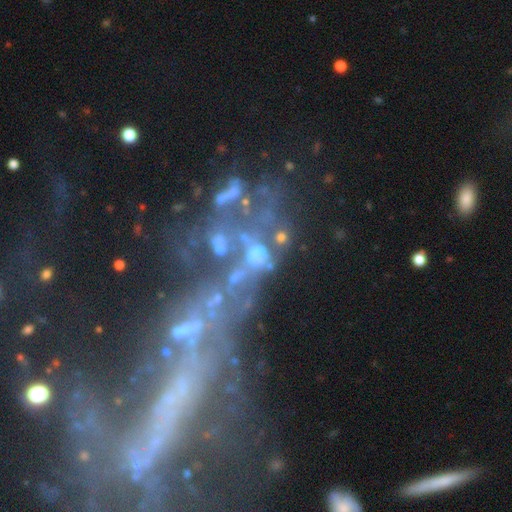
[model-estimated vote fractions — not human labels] Smooth or featured? featured or disk (54%)
Edge-on disk? no (94%)
Bar? no (89%)
Spiral arms? no (89%)
Bulge size? none (76%)
Merging? merger (34%)